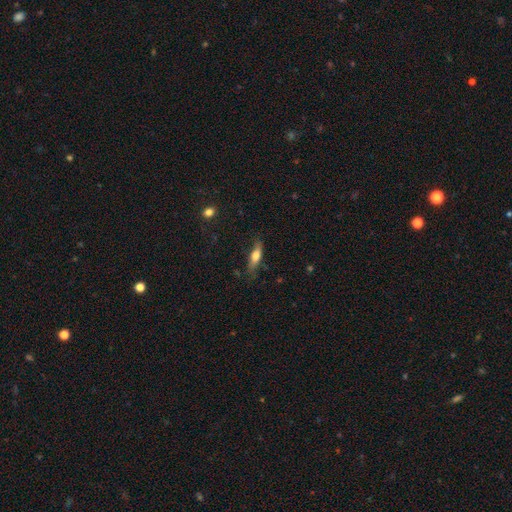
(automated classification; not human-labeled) Morphology: type=smooth (61%); roundness=cigar-shaped (60%); merging=none (72%).